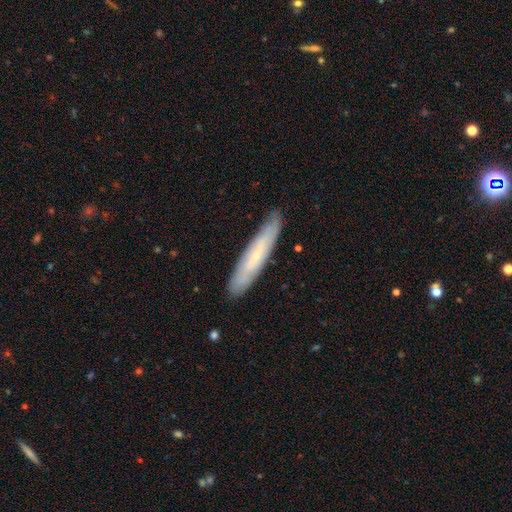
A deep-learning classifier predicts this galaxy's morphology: The model was most divided on "smooth or featured": featured or disk: 49%, smooth: 44%, star or artifact: 7%. More confident: merging — none (85%).